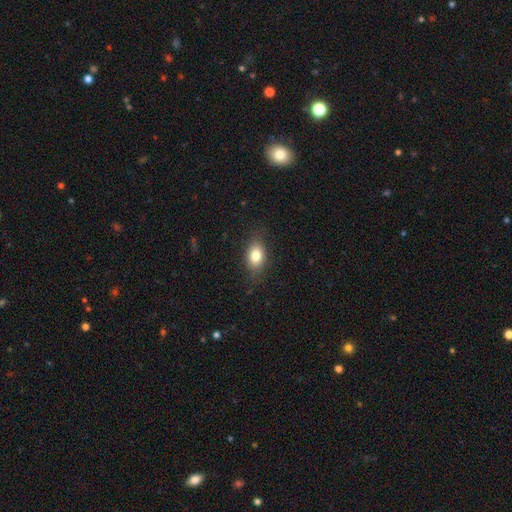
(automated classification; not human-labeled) smooth_or_featured: smooth (p=0.79) [alt: featured or disk p=0.12]
how_rounded: in between (p=0.79) [alt: round p=0.18]
merging: none (p=0.81) [alt: minor disturbance p=0.14]